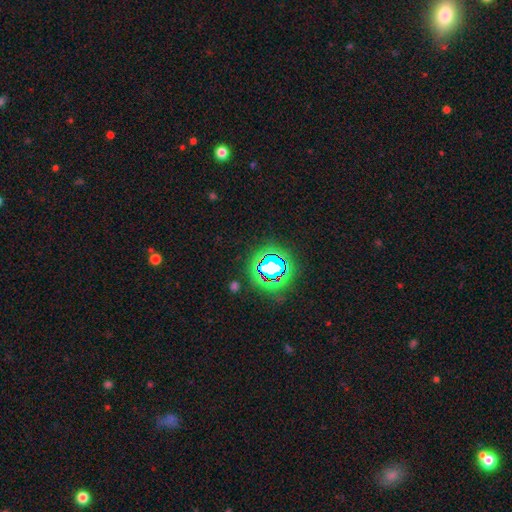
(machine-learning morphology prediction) smooth-or-featured: star or artifact: 81% | smooth: 12% | featured or disk: 7%